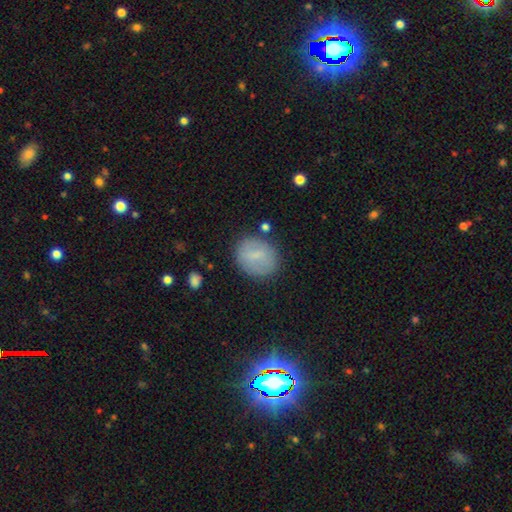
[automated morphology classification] smooth-or-featured: smooth: 67% | featured or disk: 24% | star or artifact: 9%
  how-rounded: round: 64% | in between: 35% | cigar-shaped: 1%
  merging: none: 79% | minor disturbance: 14% | major disturbance: 4% | merger: 2%